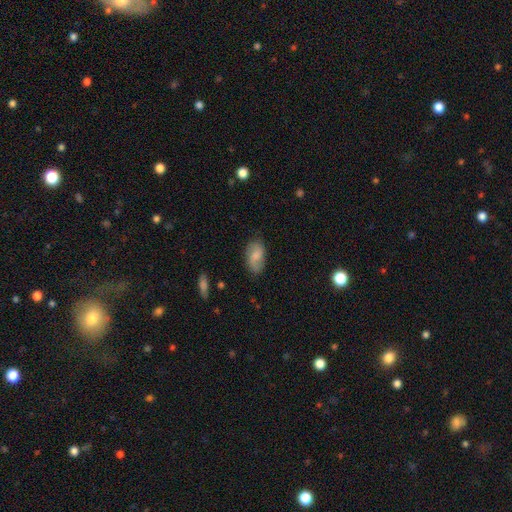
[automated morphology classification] Smooth or featured? smooth (72%)
How rounded? in between (93%)
Merging? none (75%)